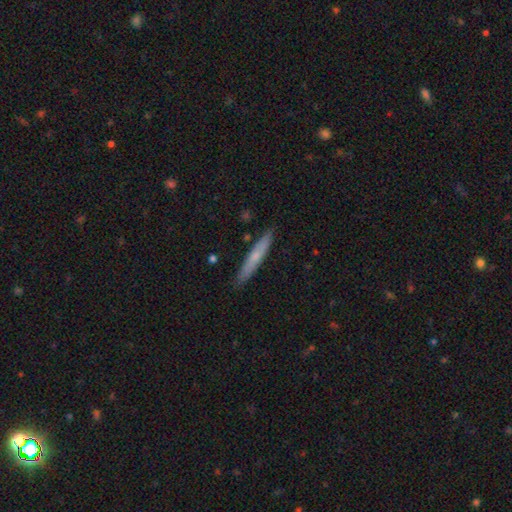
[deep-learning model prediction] smooth_or_featured: smooth (p=0.58) [alt: featured or disk p=0.36]
how_rounded: cigar-shaped (p=0.95) [alt: in between p=0.04]
merging: none (p=0.89) [alt: minor disturbance p=0.08]